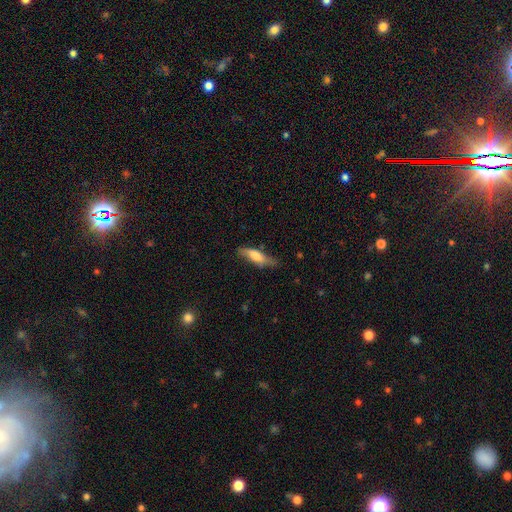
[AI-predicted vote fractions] Smooth or featured: smooth — 62% (featured or disk — 32%)
How rounded: cigar-shaped — 62% (in between — 36%)
Merging: none — 68% (minor disturbance — 25%)